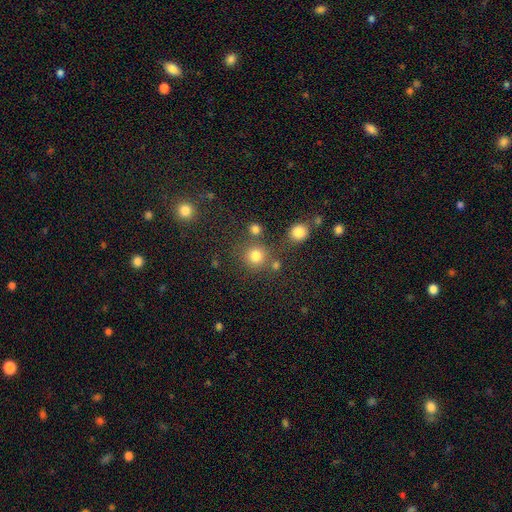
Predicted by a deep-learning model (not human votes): Overall: smooth (79%). How rounded: round (91%). Merging: none (74%).